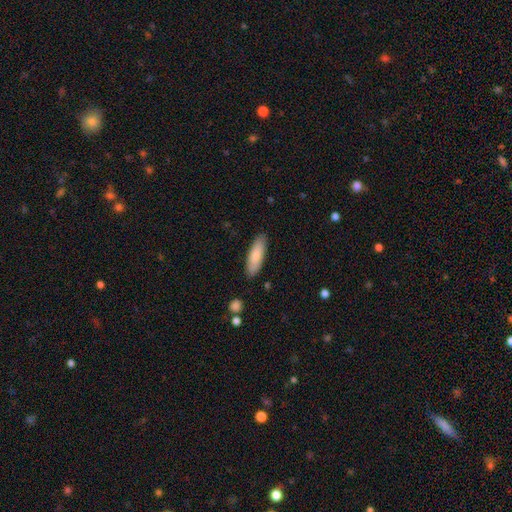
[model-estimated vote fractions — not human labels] smooth_or_featured: smooth (p=0.82) [alt: featured or disk p=0.12]
how_rounded: in between (p=0.51) [alt: cigar-shaped p=0.47]
merging: none (p=0.87) [alt: minor disturbance p=0.09]